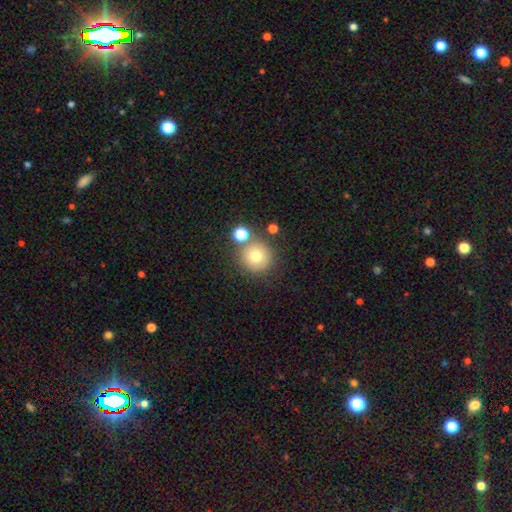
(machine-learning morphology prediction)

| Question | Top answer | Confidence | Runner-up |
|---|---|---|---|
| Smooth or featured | smooth | 74% | star or artifact (14%) |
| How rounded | round | 94% | in between (5%) |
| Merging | none | 75% | merger (13%) |